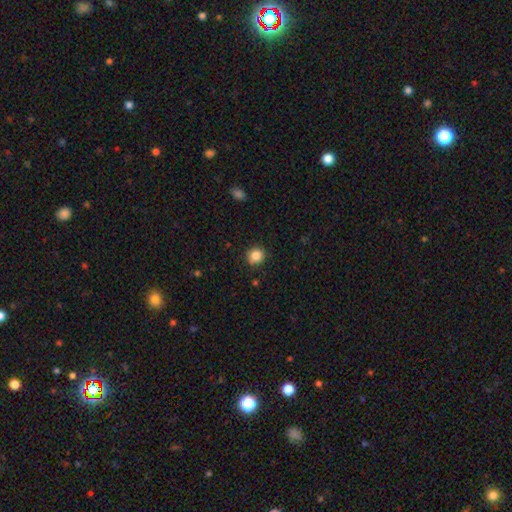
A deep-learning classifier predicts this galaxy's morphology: smooth-or-featured: smooth: 86% | star or artifact: 10% | featured or disk: 4%
  how-rounded: round: 89% | in between: 10% | cigar-shaped: 1%
  merging: none: 88% | minor disturbance: 8% | major disturbance: 2% | merger: 1%